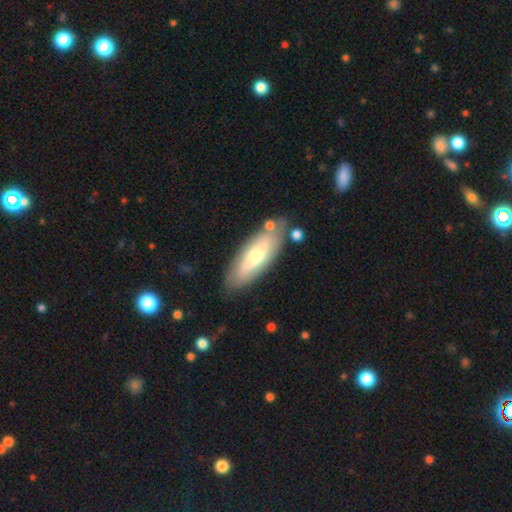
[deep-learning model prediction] Smooth or featured?
  - smooth: 54% *
  - featured or disk: 40%
  - star or artifact: 6%
How rounded?
  - in between: 60% *
  - cigar-shaped: 39%
  - round: 2%
Merging?
  - none: 77% *
  - minor disturbance: 14%
  - merger: 5%
  - major disturbance: 4%